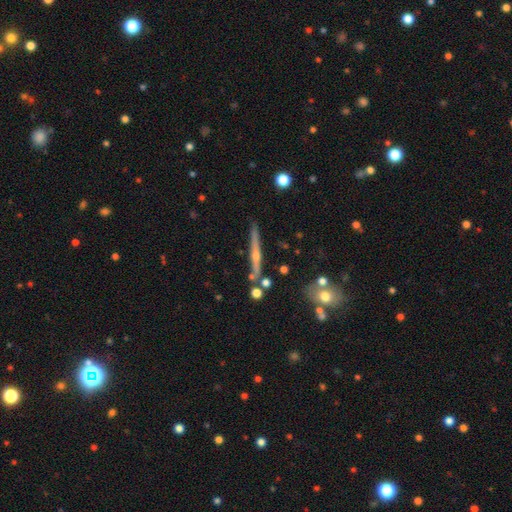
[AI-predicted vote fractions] Overall: featured or disk (71%). Edge-on disk: yes (97%). Edge-on bulge: rounded (82%). Merging: none (82%).